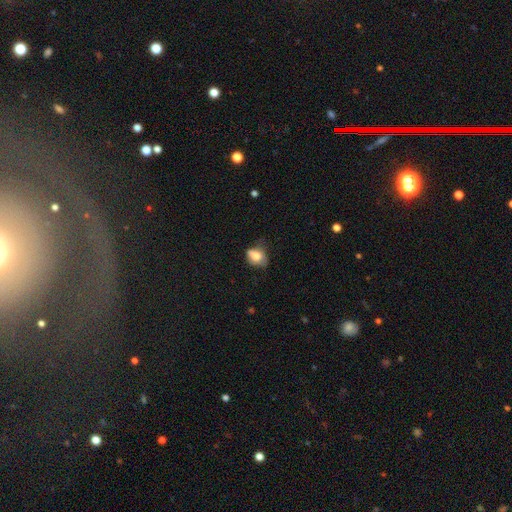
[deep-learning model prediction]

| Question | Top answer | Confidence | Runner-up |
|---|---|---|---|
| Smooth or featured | smooth | 71% | featured or disk (19%) |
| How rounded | in between | 64% | round (35%) |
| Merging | none | 39% | minor disturbance (37%) |